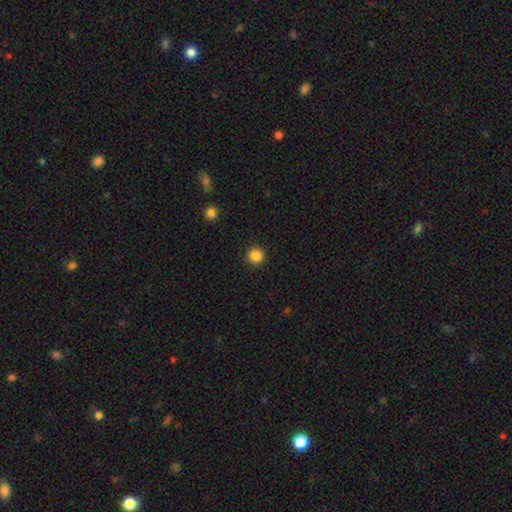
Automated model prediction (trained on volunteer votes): Smooth or featured? Predicted: smooth (p=0.86). How rounded? Predicted: round (p=0.94). Merging? Predicted: none (p=0.92).